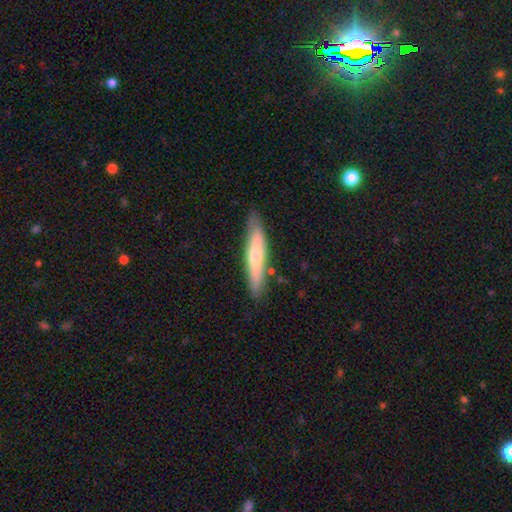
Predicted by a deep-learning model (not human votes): Morphology: type=smooth (55%); roundness=cigar-shaped (88%); merging=none (83%).